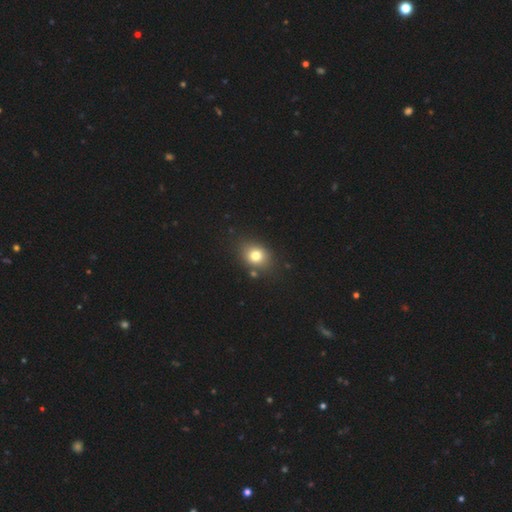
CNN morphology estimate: A smooth galaxy with no disk features (78%) that is round (50%). Merging: none (81%).